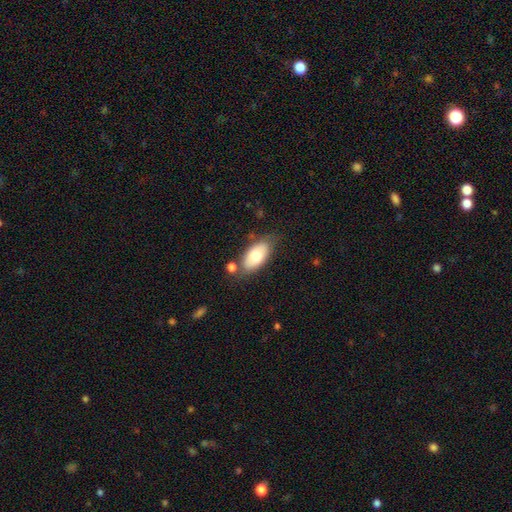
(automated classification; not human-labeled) Morphology: type=smooth (74%); roundness=in between (92%); merging=none (68%).